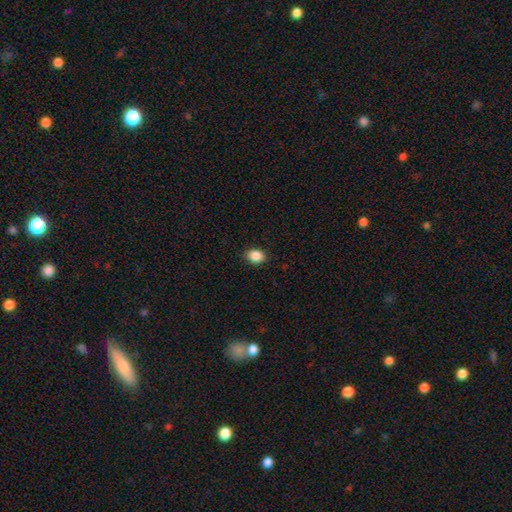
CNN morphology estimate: Overall: smooth (88%). How rounded: in between (64%; round 35%). Merging: none (89%).